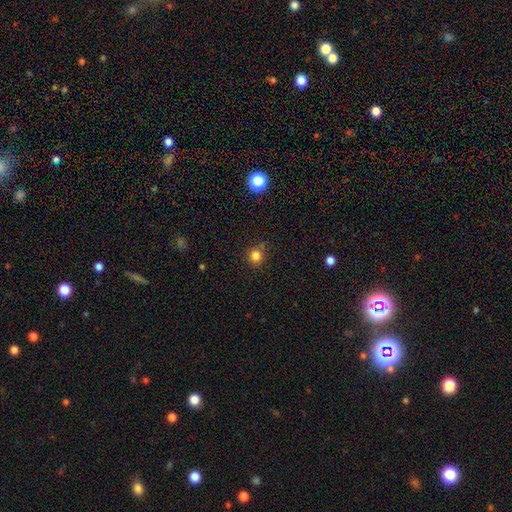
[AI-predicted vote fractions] smooth 81%, star or artifact 14%, featured or disk 5%. Down the decision tree: how rounded — round (91%); merging — none (80%).